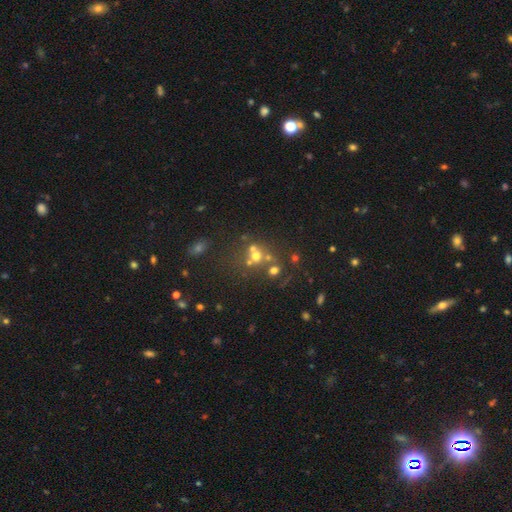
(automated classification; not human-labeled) smooth 44%, star or artifact 39%, featured or disk 18%. Down the decision tree: merging — none (45%).